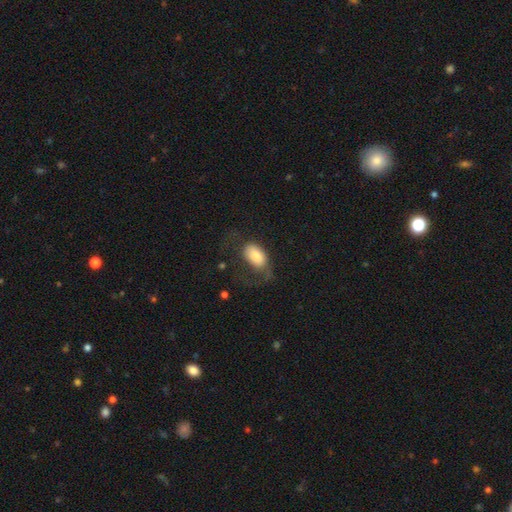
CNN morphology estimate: type=smooth (75%); roundness=in between (92%); merging=major disturbance (40%).